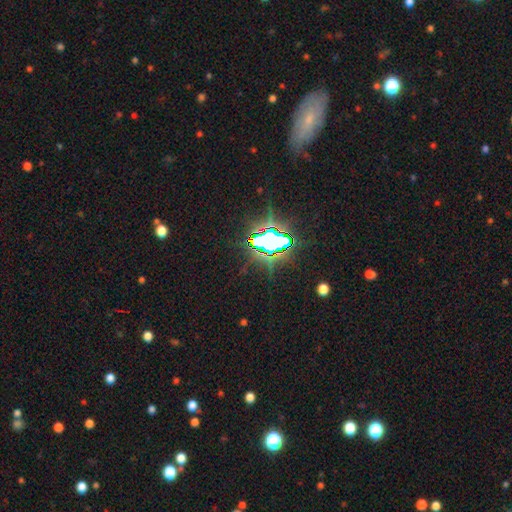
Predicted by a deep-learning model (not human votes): A star or artifact, not a galaxy (78%).